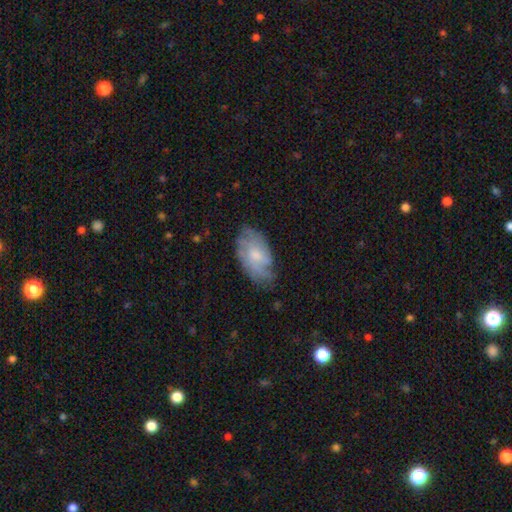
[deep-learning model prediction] Overall: featured or disk (56%; smooth 37%). Edge-on disk: no (94%). Bar: no (66%; weak 30%). Spiral arms: yes (81%). Bulge size: moderate (45%; small 43%). Merging: none (65%; minor disturbance 25%).